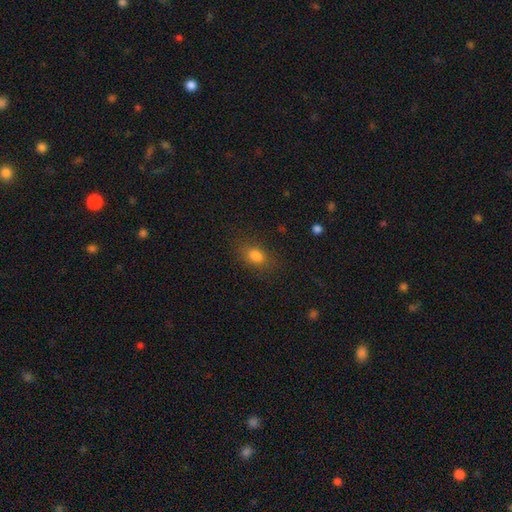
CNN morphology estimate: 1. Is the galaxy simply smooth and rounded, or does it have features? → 82% smooth, 12% star or artifact, 7% featured or disk.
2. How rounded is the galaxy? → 77% in between, 20% round, 3% cigar-shaped.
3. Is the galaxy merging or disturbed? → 78% none, 15% minor disturbance, 6% major disturbance, 2% merger.